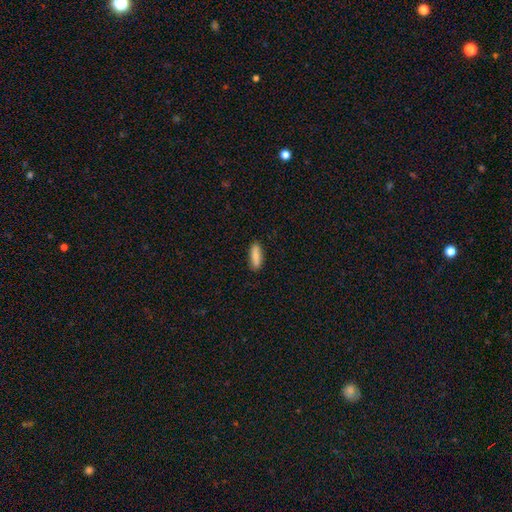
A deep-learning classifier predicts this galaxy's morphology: type=smooth (85%); roundness=in between (50%); merging=none (85%).